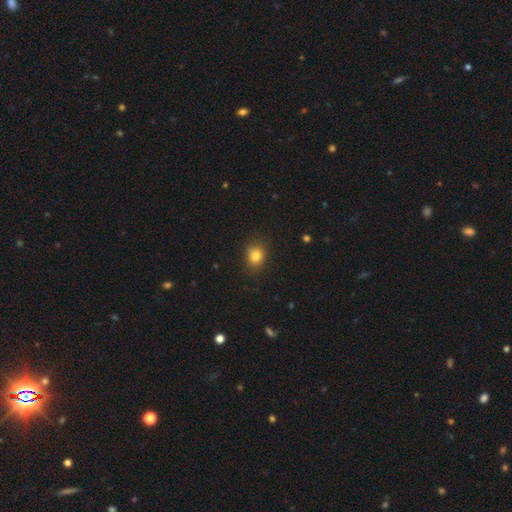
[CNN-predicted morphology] smooth 82%, star or artifact 12%, featured or disk 6%. Down the decision tree: how rounded — round (62%); merging — none (76%).